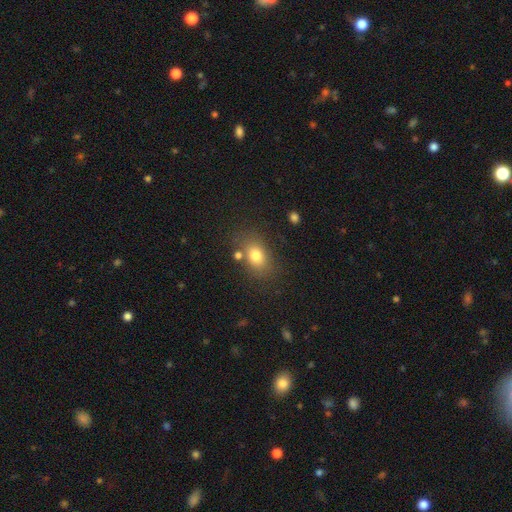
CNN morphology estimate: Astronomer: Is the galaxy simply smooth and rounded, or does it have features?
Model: smooth — 78%.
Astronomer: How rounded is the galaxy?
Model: in between — 72%.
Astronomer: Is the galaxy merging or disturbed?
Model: none — 72%.